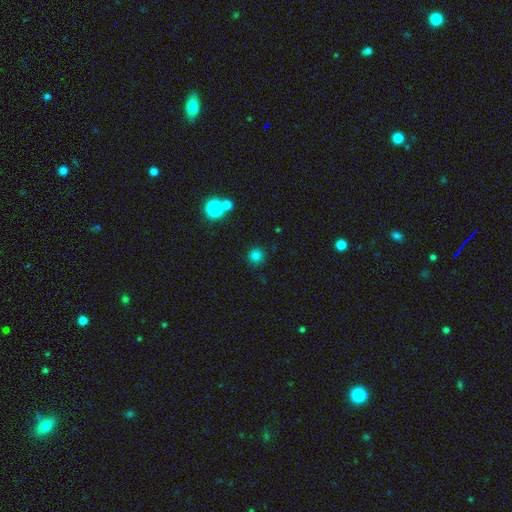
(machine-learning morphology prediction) This appears to be a smooth galaxy with no disk features (79%) that is round (94%). Merging: none (88%).